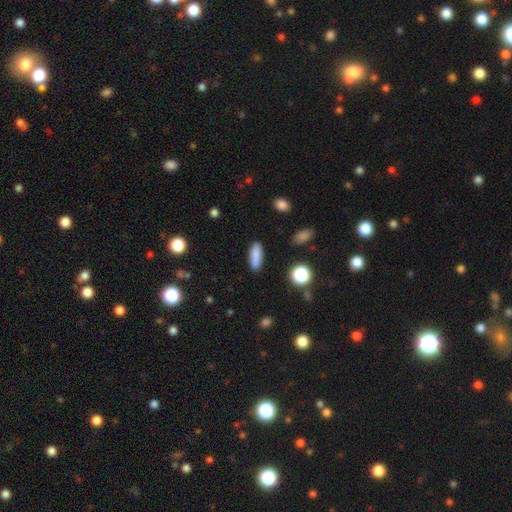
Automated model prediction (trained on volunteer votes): smooth 85%, star or artifact 8%, featured or disk 7%. Down the decision tree: how rounded — in between (57%); merging — none (87%).